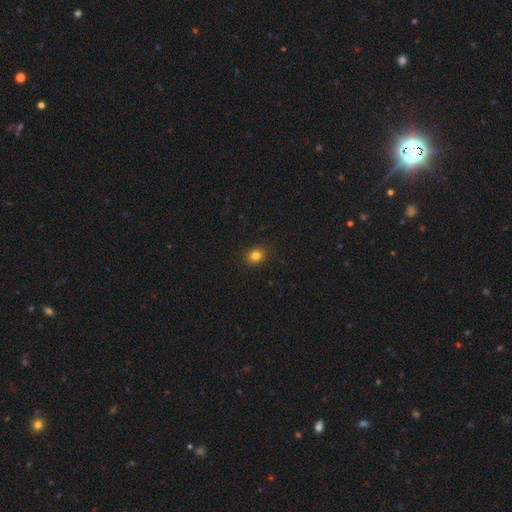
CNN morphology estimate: Smooth or featured? smooth (82%)
How rounded? round (66%)
Merging? none (91%)